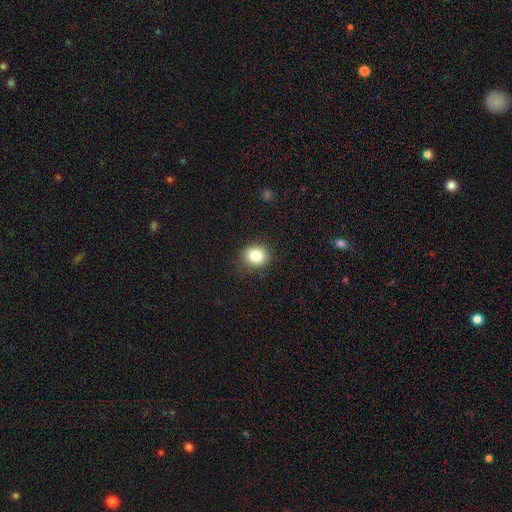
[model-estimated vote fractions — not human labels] Smooth or featured? Predicted: smooth (p=0.82). How rounded? Predicted: round (p=0.72). Merging? Predicted: none (p=0.86).